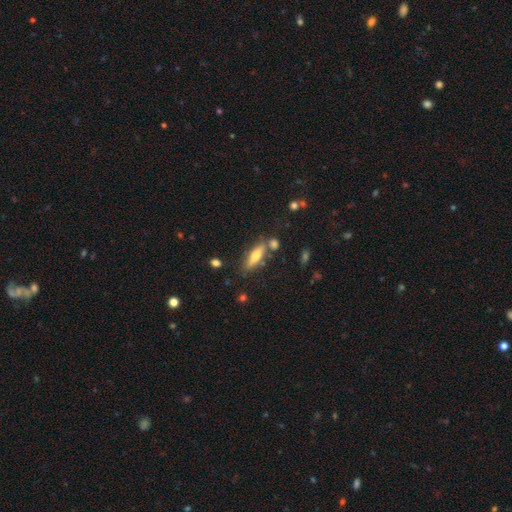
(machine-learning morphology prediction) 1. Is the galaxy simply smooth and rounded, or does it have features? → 54% smooth, 39% featured or disk, 7% star or artifact.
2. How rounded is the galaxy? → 63% cigar-shaped, 35% in between, 2% round.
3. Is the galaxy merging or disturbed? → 71% none, 14% minor disturbance, 11% merger, 4% major disturbance.